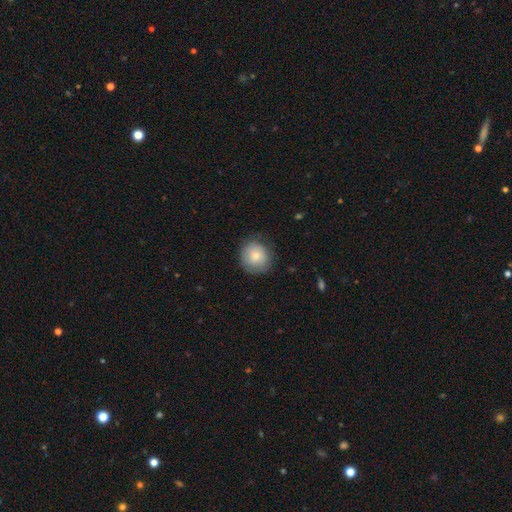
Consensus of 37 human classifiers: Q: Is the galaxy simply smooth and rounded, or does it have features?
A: smooth — 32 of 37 (86%).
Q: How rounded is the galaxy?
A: round — 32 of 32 (100%).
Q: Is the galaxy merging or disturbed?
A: none — 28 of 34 (82%).